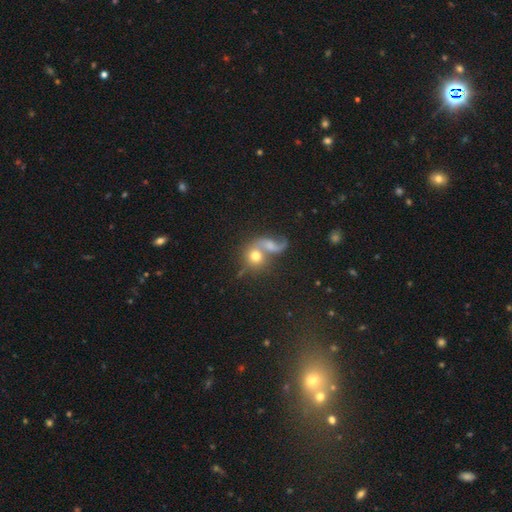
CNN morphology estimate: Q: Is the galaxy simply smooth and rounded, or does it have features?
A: smooth — 60%.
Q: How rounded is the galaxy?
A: round — 81%.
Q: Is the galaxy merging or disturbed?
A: merger — 50%.